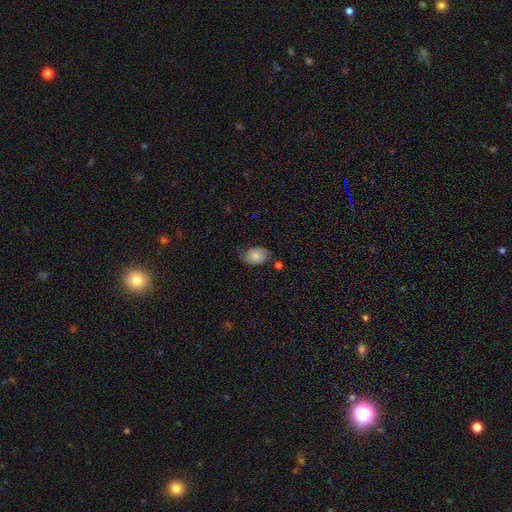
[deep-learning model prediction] Morphology: type=smooth (79%); roundness=in between (74%); merging=none (60%).